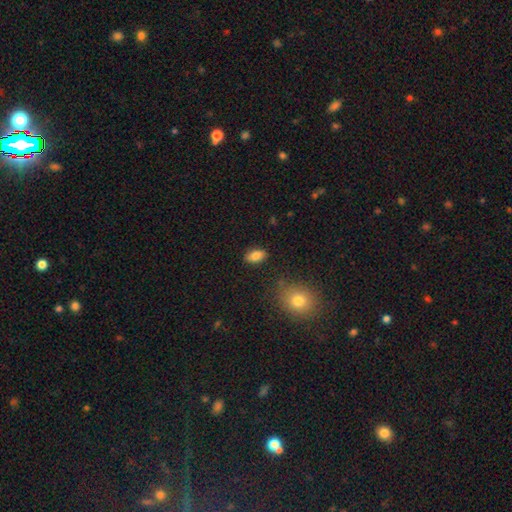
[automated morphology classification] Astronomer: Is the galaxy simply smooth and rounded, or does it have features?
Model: smooth — 83%.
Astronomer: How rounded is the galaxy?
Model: in between — 89%.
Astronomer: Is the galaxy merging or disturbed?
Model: none — 85%.